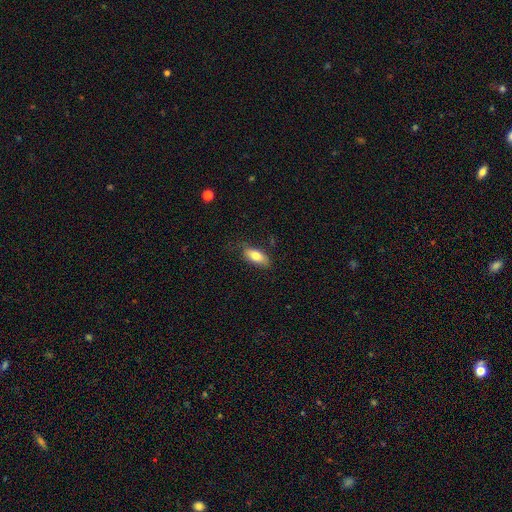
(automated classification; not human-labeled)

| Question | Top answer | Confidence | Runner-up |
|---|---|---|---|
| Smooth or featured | smooth | 78% | featured or disk (15%) |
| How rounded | in between | 83% | cigar-shaped (14%) |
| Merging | none | 76% | minor disturbance (19%) |